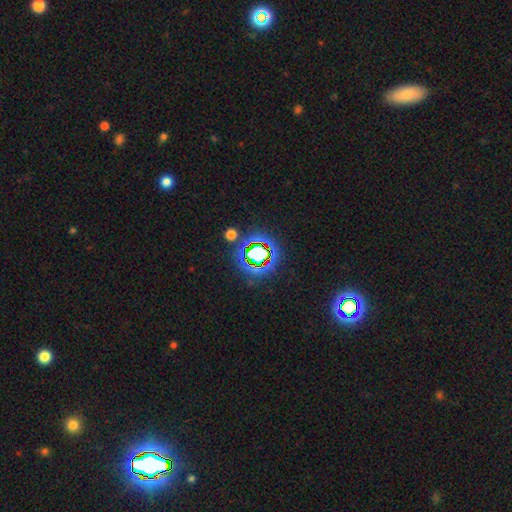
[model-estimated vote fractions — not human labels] This appears to be a star or artifact, not a galaxy (79%).